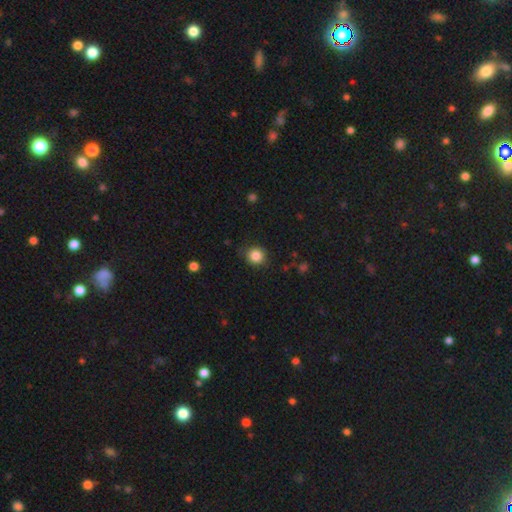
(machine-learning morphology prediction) Overall: smooth (85%). How rounded: round (91%). Merging: none (86%).